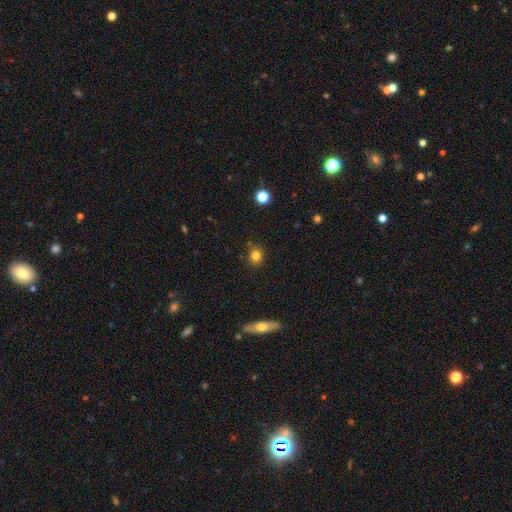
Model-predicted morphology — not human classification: smooth-or-featured: smooth: 81% | star or artifact: 12% | featured or disk: 8%
  how-rounded: round: 67% | in between: 31% | cigar-shaped: 1%
  merging: none: 85% | minor disturbance: 11% | merger: 3% | major disturbance: 2%